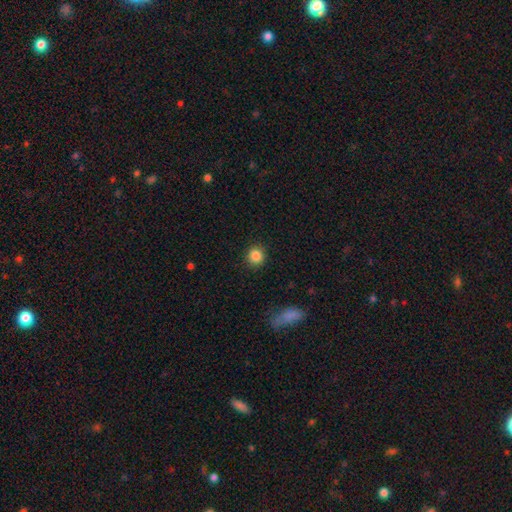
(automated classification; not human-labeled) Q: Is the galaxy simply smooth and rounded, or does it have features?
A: smooth — 86%.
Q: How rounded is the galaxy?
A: round — 91%.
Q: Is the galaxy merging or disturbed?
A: none — 90%.